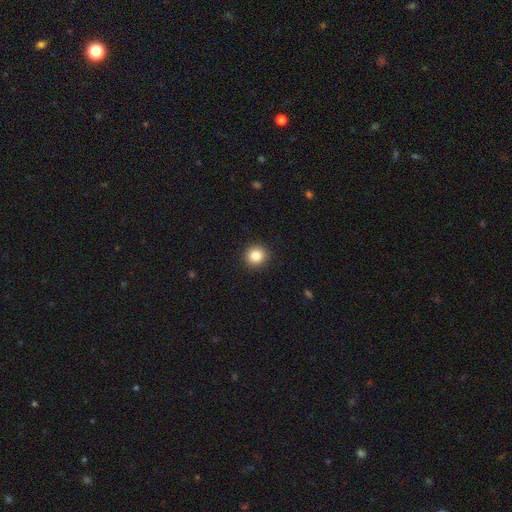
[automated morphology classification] A smooth galaxy with no disk features (85%) that is round (92%).

Vote fractions:
- Smooth or featured? smooth: 85% / star or artifact: 10% / featured or disk: 5%
- How rounded? round: 92% / in between: 7% / cigar-shaped: 1%
- Merging? none: 92% / minor disturbance: 5% / major disturbance: 2% / merger: 1%